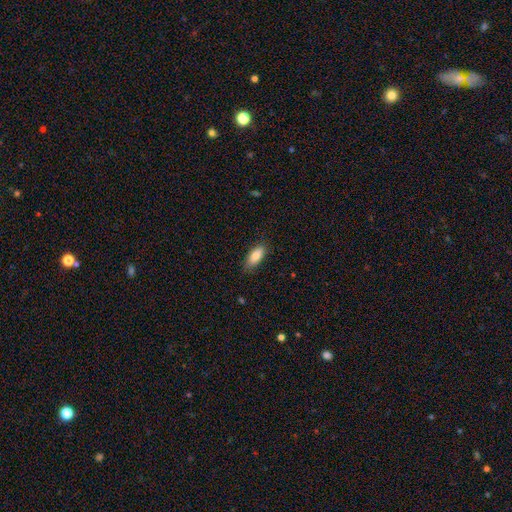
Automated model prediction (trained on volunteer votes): smooth 83%, featured or disk 11%, star or artifact 7%. Down the decision tree: how rounded — in between (81%); merging — none (83%).